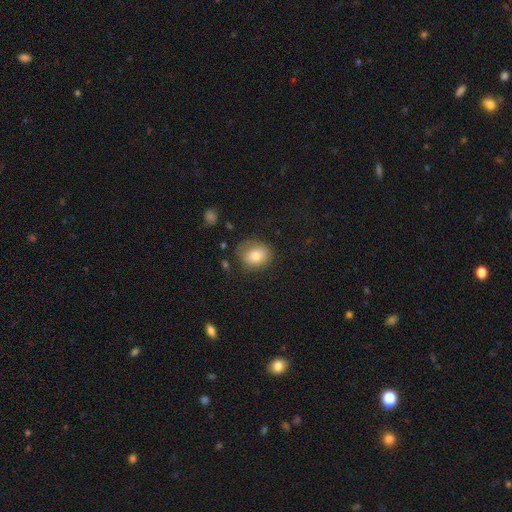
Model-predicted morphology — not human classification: Smooth or featured?
  - smooth: 79% *
  - featured or disk: 12%
  - star or artifact: 9%
How rounded?
  - round: 59% *
  - in between: 40%
  - cigar-shaped: 1%
Merging?
  - none: 67% *
  - minor disturbance: 22%
  - major disturbance: 9%
  - merger: 2%